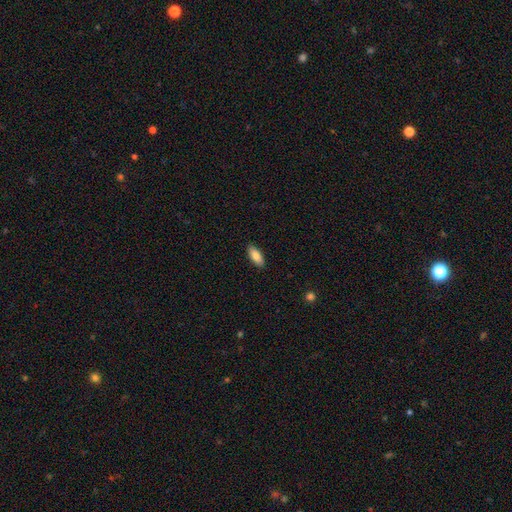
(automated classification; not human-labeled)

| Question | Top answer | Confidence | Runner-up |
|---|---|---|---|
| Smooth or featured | smooth | 83% | featured or disk (11%) |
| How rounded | in between | 84% | cigar-shaped (14%) |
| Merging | none | 90% | minor disturbance (8%) |